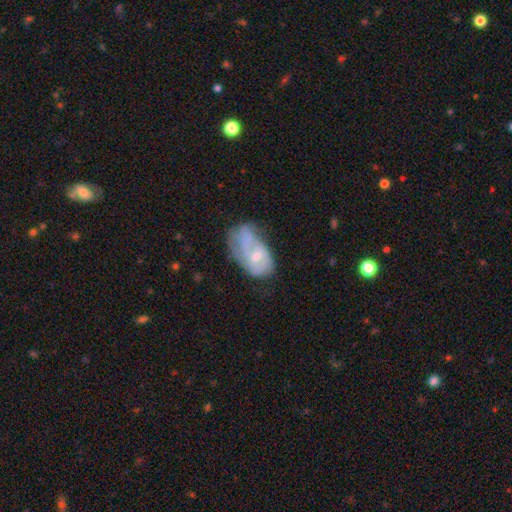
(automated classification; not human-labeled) Morphology: type=featured or disk (58%); edge-on=no (96%); bar=no (66%); spiral arms=yes (59%); bulge=small (59%); merging=minor disturbance (32%).